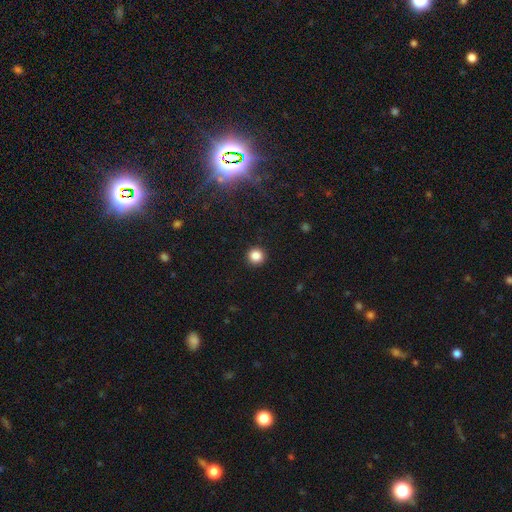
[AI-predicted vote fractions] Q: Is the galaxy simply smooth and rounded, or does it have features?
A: smooth — 85%.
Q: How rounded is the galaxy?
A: round — 95%.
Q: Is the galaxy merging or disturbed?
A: none — 93%.